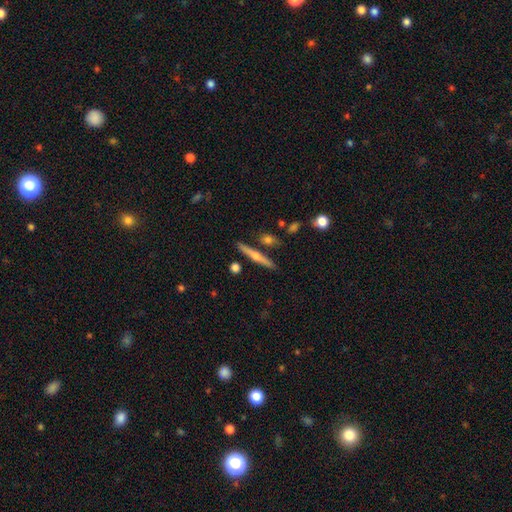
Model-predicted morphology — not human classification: This is likely a featured or disk galaxy (61%). It is clearly viewed edge-on (97%). Edge-on bulge: clearly rounded (85%). Merging: clearly none (85%).